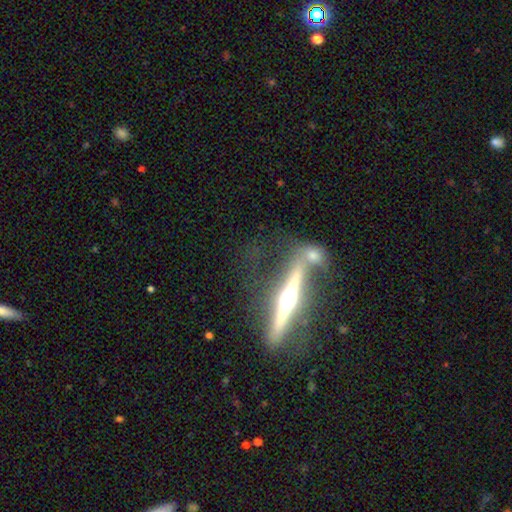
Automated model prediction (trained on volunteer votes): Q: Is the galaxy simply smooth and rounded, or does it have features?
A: featured or disk — 79%.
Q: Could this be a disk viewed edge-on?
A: yes — 95%.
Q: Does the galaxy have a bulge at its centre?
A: rounded — 84%.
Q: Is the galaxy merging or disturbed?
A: none — 60%.